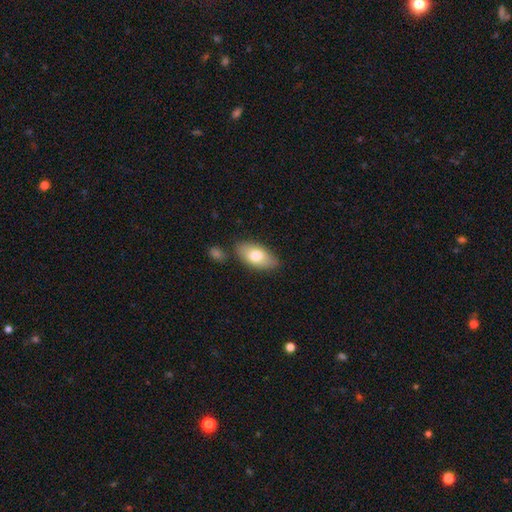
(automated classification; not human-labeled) Smooth or featured? Predicted: smooth (p=0.75). How rounded? Predicted: in between (p=0.91). Merging? Predicted: none (p=0.80).